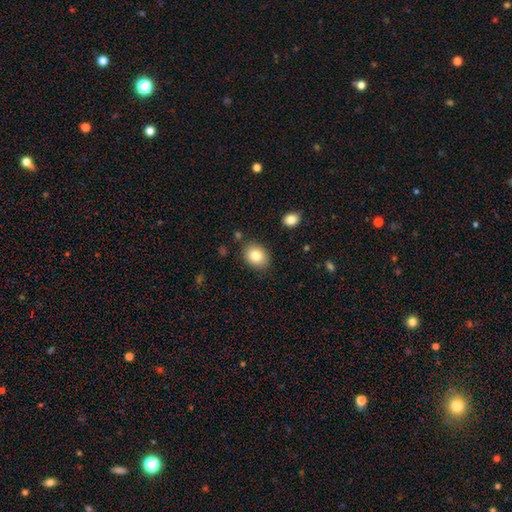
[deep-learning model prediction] A smooth galaxy with no disk features (82%) that is in between round and cigar-shaped (61%). Merging: none (85%).